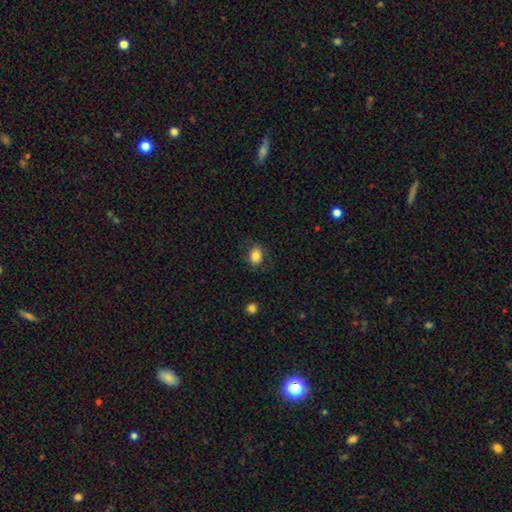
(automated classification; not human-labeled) A smooth galaxy with no disk features (84%) that is in between round and cigar-shaped (60%).

Vote fractions:
- Smooth or featured? smooth: 84% / star or artifact: 9% / featured or disk: 7%
- How rounded? in between: 60% / round: 39% / cigar-shaped: 1%
- Merging? none: 82% / minor disturbance: 13% / major disturbance: 4% / merger: 1%